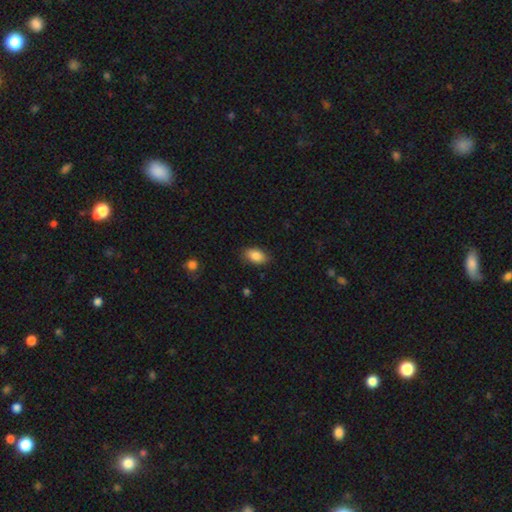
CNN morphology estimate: A smooth galaxy with no disk features (87%) that is in between round and cigar-shaped (90%). Merging: none (83%).